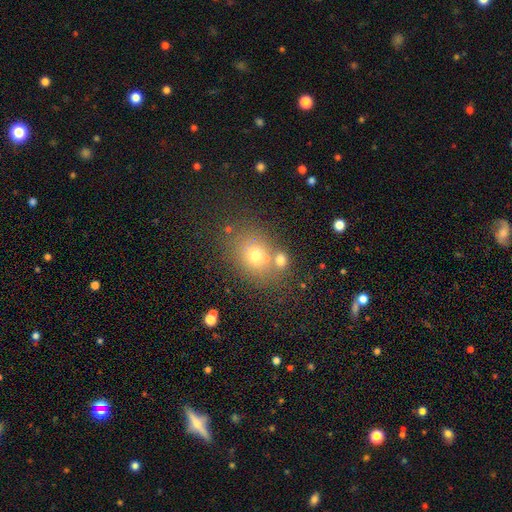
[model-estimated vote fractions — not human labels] smooth 67%, star or artifact 17%, featured or disk 16%. Down the decision tree: how rounded — round (52%); merging — none (61%).